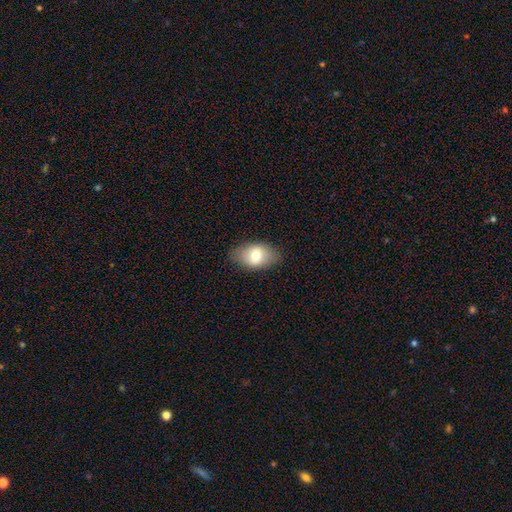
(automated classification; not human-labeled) Smooth or featured: smooth — 72% (featured or disk — 21%)
How rounded: in between — 89% (round — 9%)
Merging: none — 83% (minor disturbance — 13%)